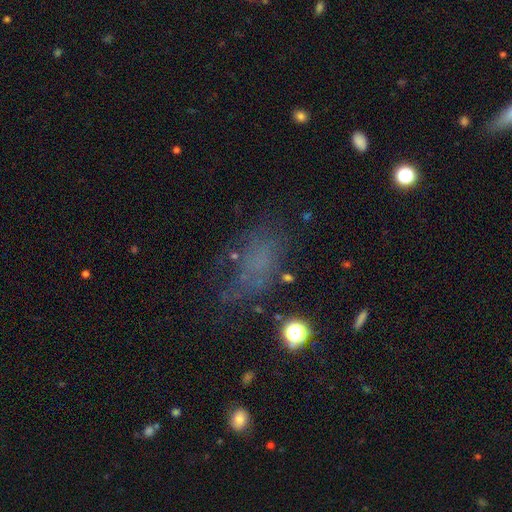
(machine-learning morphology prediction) Smooth or featured: smooth — 49% (star or artifact — 26%)
Merging: none — 49% (major disturbance — 24%)